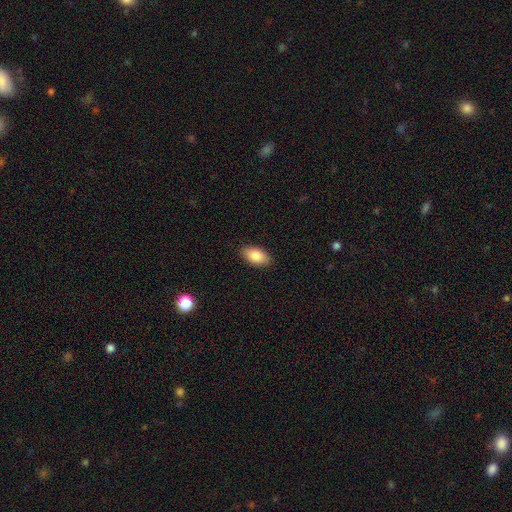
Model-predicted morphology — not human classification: Q: Smooth or featured?
A: smooth (85%); runner-up: featured or disk (9%)
Q: How rounded?
A: in between (94%); runner-up: round (4%)
Q: Merging?
A: none (89%); runner-up: minor disturbance (9%)